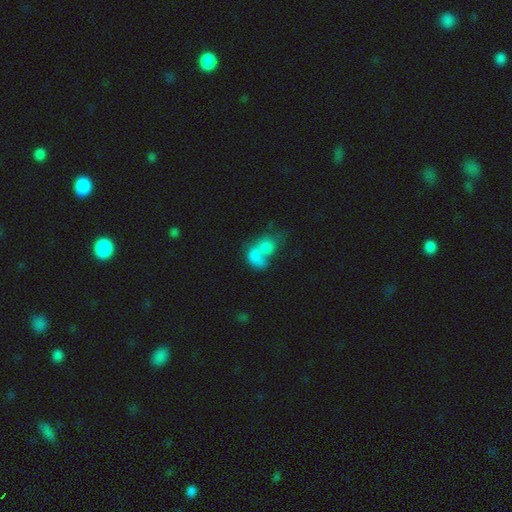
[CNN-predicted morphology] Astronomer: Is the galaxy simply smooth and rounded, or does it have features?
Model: smooth — 71%.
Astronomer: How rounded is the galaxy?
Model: in between — 70%.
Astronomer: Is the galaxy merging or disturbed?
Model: merger — 72%.